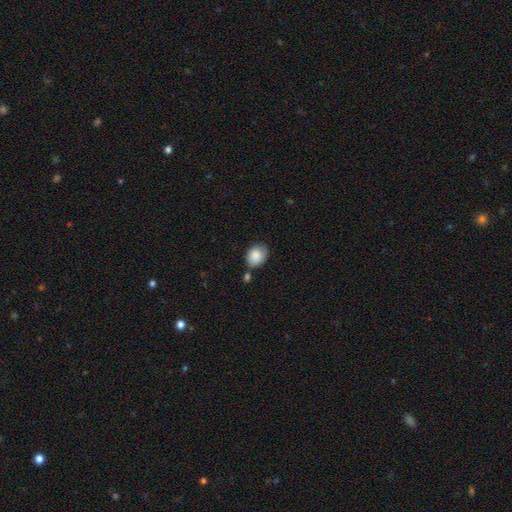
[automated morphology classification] Smooth or featured? Predicted: smooth (p=0.85). How rounded? Predicted: in between (p=0.65). Merging? Predicted: none (p=0.57).